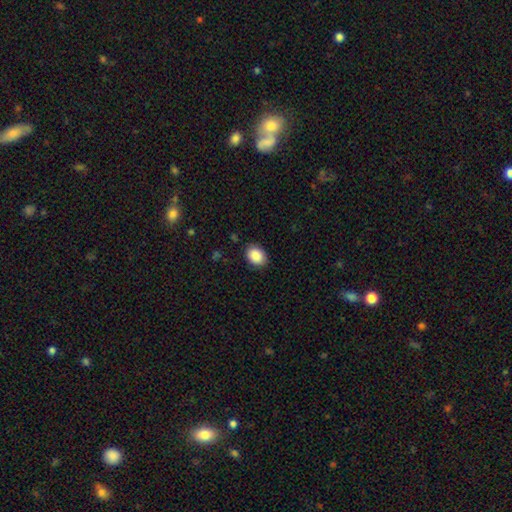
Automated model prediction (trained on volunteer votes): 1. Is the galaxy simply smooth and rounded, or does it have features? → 89% smooth, 8% star or artifact, 4% featured or disk.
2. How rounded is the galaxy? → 63% in between, 36% round, 1% cigar-shaped.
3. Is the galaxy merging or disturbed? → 85% none, 11% minor disturbance, 3% major disturbance, 1% merger.